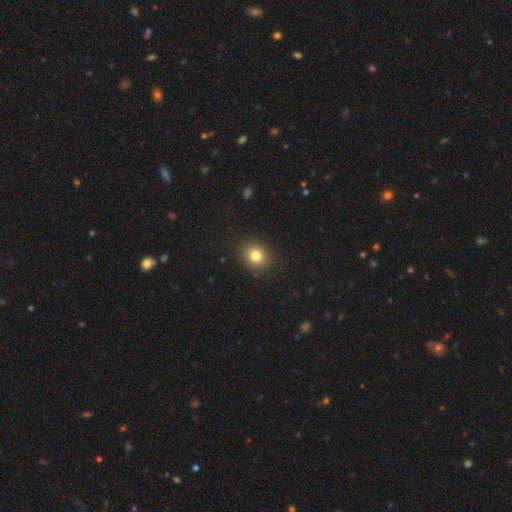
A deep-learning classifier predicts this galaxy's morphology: Smooth or featured?
  - smooth: 80% *
  - star or artifact: 12%
  - featured or disk: 8%
How rounded?
  - round: 76% *
  - in between: 23%
  - cigar-shaped: 1%
Merging?
  - none: 89% *
  - minor disturbance: 7%
  - major disturbance: 3%
  - merger: 1%